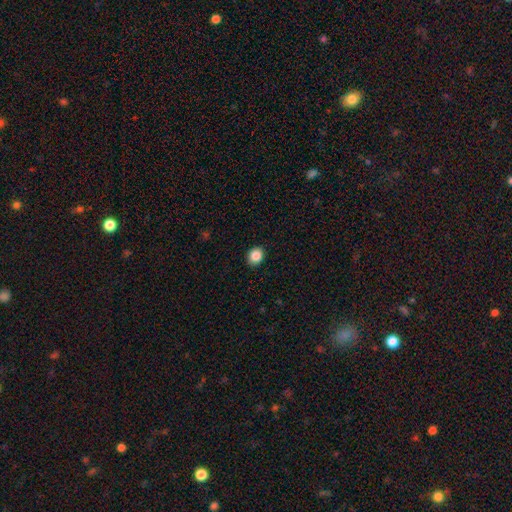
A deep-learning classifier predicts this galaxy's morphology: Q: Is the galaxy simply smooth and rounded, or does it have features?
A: smooth — 87%.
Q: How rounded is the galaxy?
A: round — 64%.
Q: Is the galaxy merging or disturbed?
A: none — 91%.